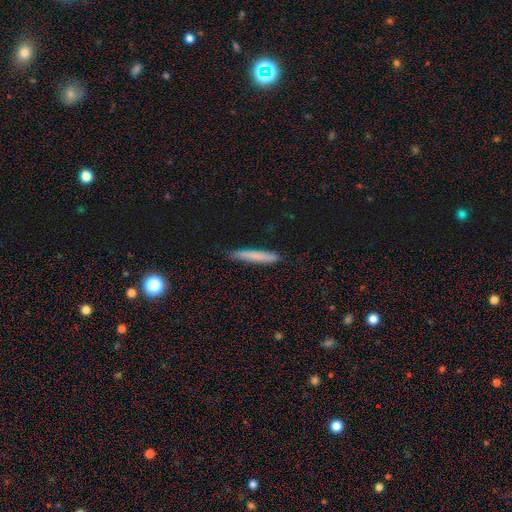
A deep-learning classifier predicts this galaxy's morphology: The model was most divided on "smooth or featured": smooth: 75%, featured or disk: 18%, star or artifact: 7%. More confident: how rounded — cigar-shaped (95%); merging — none (84%).